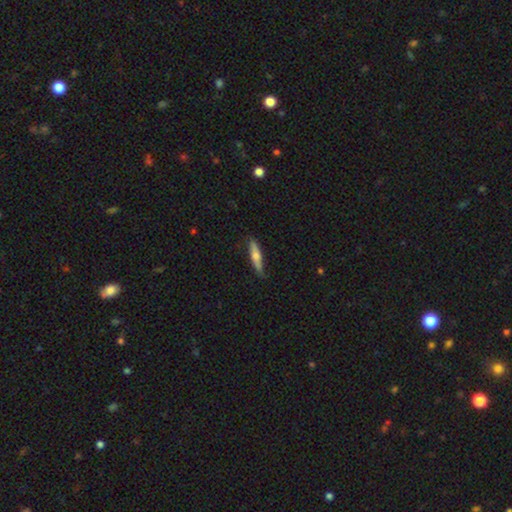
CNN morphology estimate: type=smooth (54%); roundness=cigar-shaped (80%); merging=none (79%).